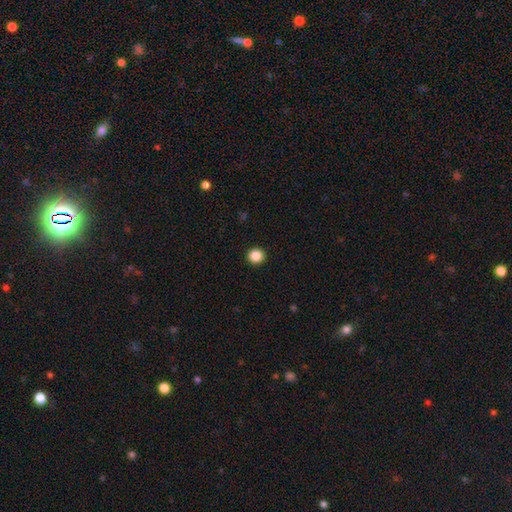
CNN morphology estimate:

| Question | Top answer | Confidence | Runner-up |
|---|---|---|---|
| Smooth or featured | smooth | 87% | star or artifact (10%) |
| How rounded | round | 93% | in between (6%) |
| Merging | none | 94% | minor disturbance (4%) |